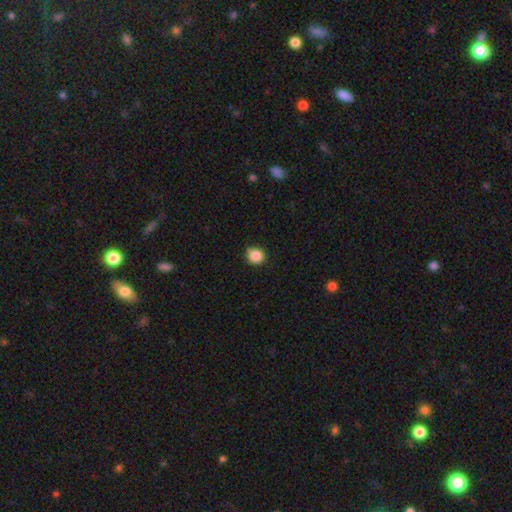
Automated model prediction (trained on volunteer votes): Q: Smooth or featured?
A: smooth (87%); runner-up: star or artifact (9%)
Q: How rounded?
A: round (84%); runner-up: in between (15%)
Q: Merging?
A: none (79%); runner-up: minor disturbance (17%)